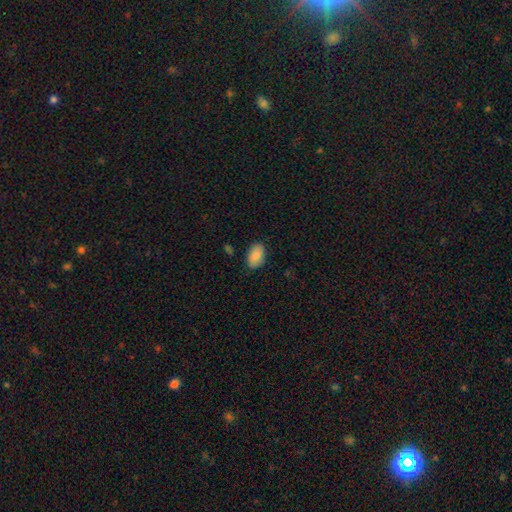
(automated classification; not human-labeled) smooth-or-featured: smooth: 87% | star or artifact: 7% | featured or disk: 6%
  how-rounded: in between: 92% | round: 7% | cigar-shaped: 1%
  merging: none: 85% | minor disturbance: 12% | major disturbance: 2% | merger: 1%